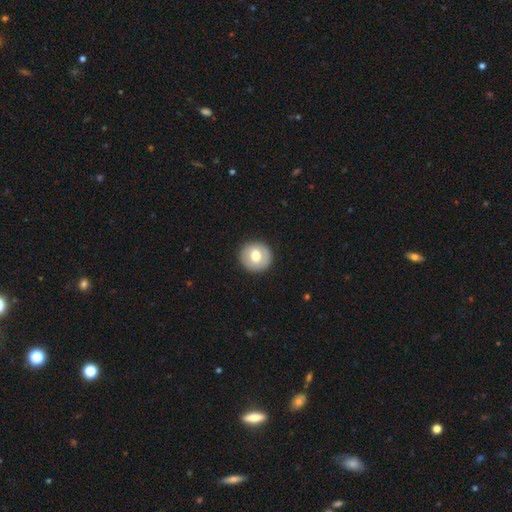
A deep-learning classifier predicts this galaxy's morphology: smooth 65%, featured or disk 28%, star or artifact 7%. Down the decision tree: how rounded — round (92%); merging — none (90%).